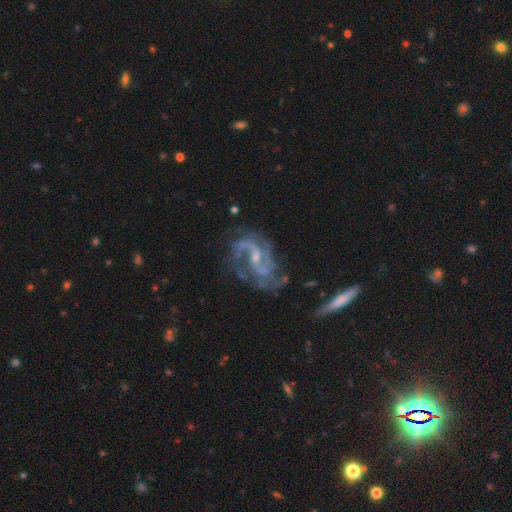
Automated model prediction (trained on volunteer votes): Overall: featured or disk (89%). Edge-on disk: no (97%). Bar: weak (51%; no 29%). Spiral arms: yes (96%). Spiral arm count: 2 (73%). Spiral winding: medium (51%; loose 32%). Bulge size: small (60%; moderate 30%). Merging: none (57%; minor disturbance 21%).